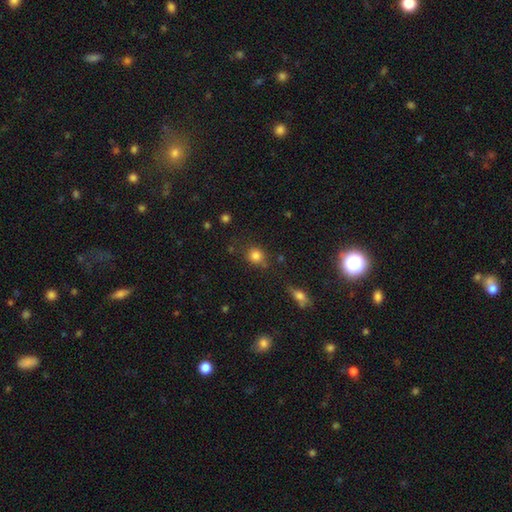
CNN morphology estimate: Smooth or featured: smooth — 82% (star or artifact — 11%)
How rounded: round — 74% (in between — 24%)
Merging: none — 71% (minor disturbance — 17%)